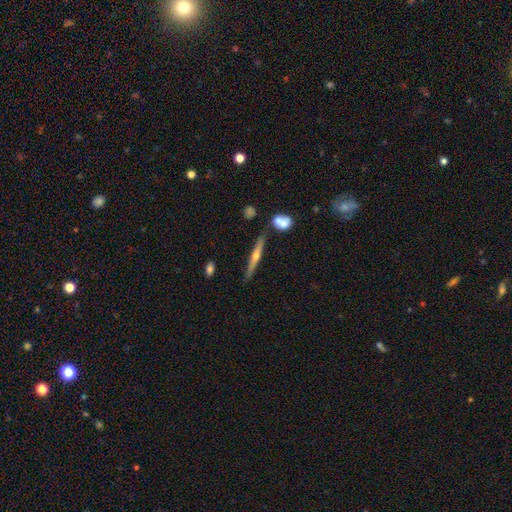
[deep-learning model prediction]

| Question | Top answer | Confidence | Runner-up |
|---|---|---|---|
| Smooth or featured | featured or disk | 66% | smooth (27%) |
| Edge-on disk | yes | 97% | no (3%) |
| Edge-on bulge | rounded | 86% | none (10%) |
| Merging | none | 82% | minor disturbance (10%) |